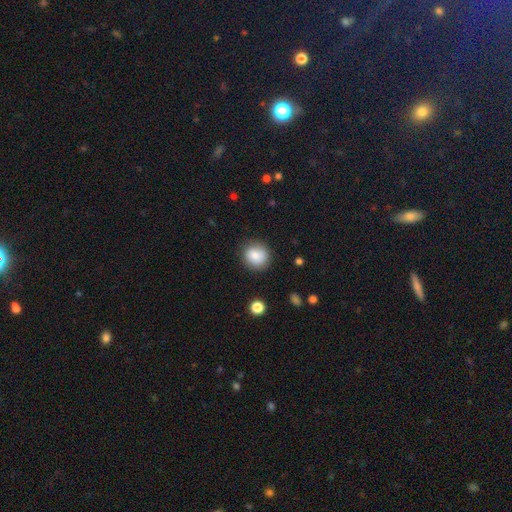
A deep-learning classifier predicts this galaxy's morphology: This appears to be a smooth galaxy with no disk features (81%) that is round (89%). Merging: none (85%).